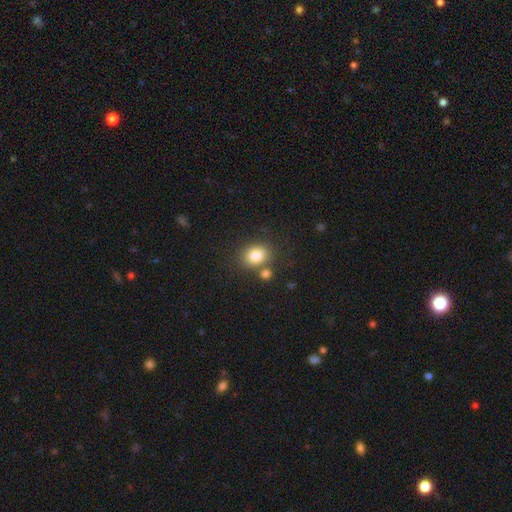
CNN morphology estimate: Smooth or featured?
  - smooth: 82% *
  - star or artifact: 10%
  - featured or disk: 8%
How rounded?
  - round: 50% * (tied)
  - in between: 50% * (tied)
  - cigar-shaped: 1%
Merging?
  - none: 69% *
  - merger: 15%
  - minor disturbance: 11%
  - major disturbance: 4%